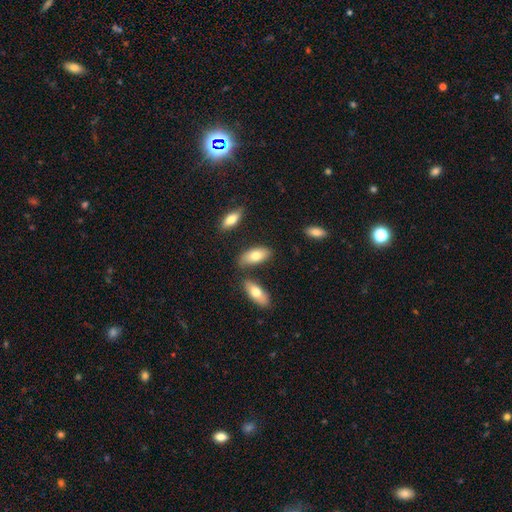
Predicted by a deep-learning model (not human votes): smooth 75%, featured or disk 19%, star or artifact 7%. Down the decision tree: how rounded — in between (88%); merging — none (68%).